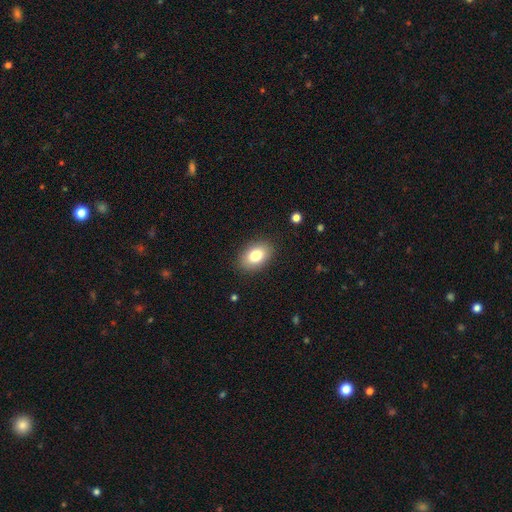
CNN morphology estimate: smooth_or_featured: smooth (p=0.82) [alt: featured or disk p=0.10]
how_rounded: in between (p=0.85) [alt: round p=0.14]
merging: none (p=0.87) [alt: minor disturbance p=0.09]